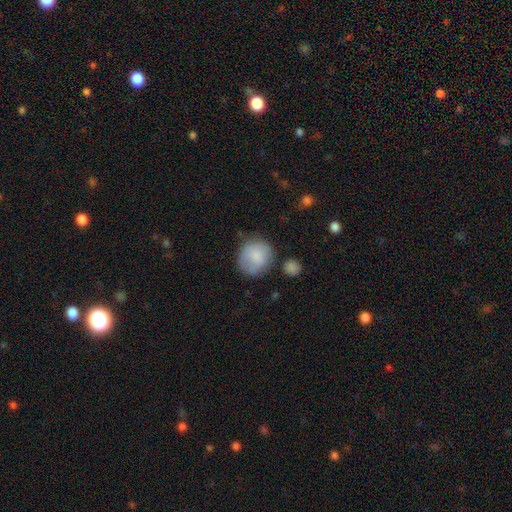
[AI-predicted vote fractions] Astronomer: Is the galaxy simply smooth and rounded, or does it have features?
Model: smooth — 80%.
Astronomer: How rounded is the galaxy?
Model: round — 84%.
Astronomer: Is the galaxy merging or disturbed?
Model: none — 59%.